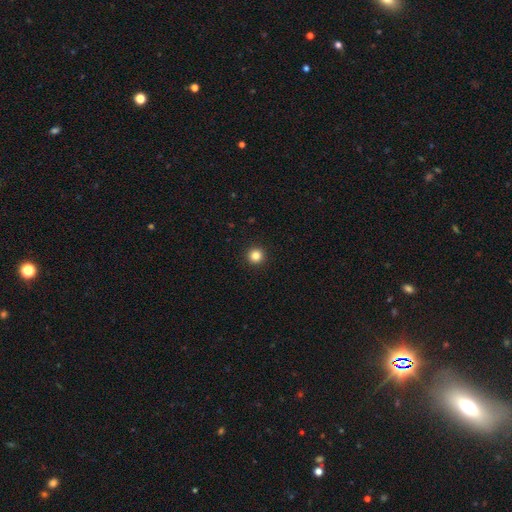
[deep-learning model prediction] smooth_or_featured: smooth (p=0.83) [alt: star or artifact p=0.12]
how_rounded: round (p=0.96) [alt: in between p=0.03]
merging: none (p=0.94) [alt: minor disturbance p=0.04]